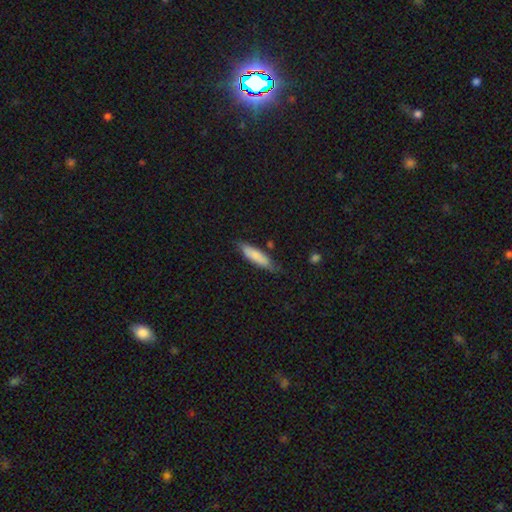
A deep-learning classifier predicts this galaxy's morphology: smooth-or-featured: smooth: 78% | featured or disk: 16% | star or artifact: 6%
  how-rounded: cigar-shaped: 69% | in between: 30% | round: 1%
  merging: none: 71% | minor disturbance: 23% | major disturbance: 4% | merger: 3%